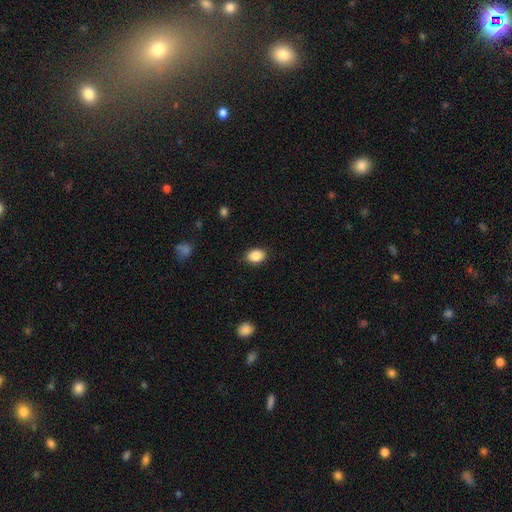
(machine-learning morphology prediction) Overall: smooth (88%). How rounded: in between (73%). Merging: none (85%).